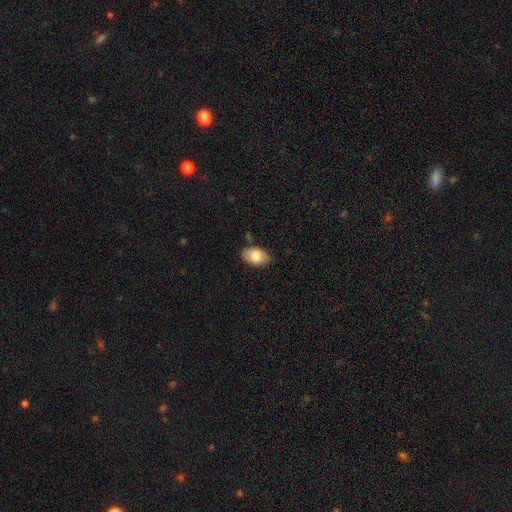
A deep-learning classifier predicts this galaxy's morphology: smooth_or_featured: smooth (p=0.76) [alt: featured or disk p=0.17]
how_rounded: in between (p=0.92) [alt: round p=0.06]
merging: none (p=0.82) [alt: minor disturbance p=0.13]